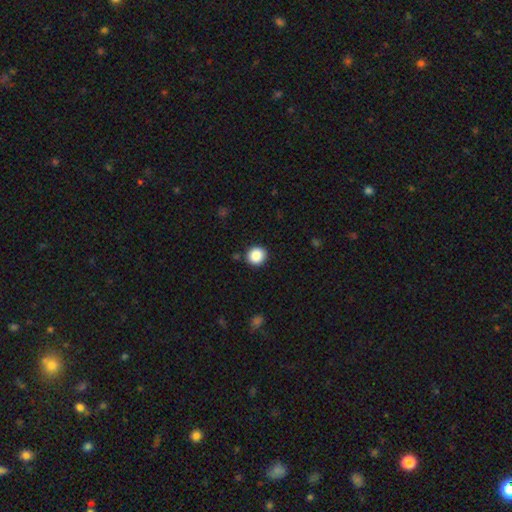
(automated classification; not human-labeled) This appears to be a smooth galaxy with no disk features (88%) that is round (90%). Merging: none (90%).